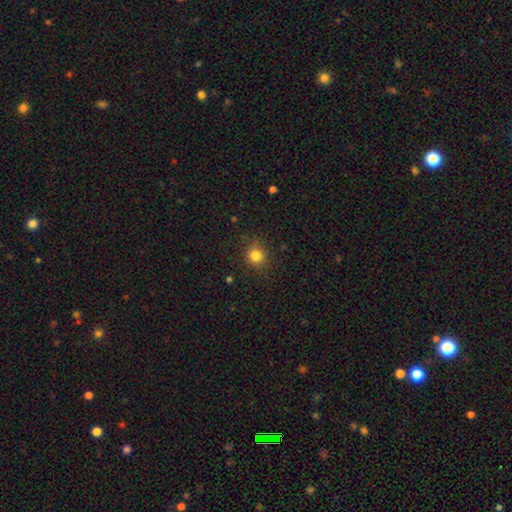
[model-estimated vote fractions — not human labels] Smooth or featured: smooth — 82% (star or artifact — 13%)
How rounded: round — 86% (in between — 13%)
Merging: none — 86% (minor disturbance — 10%)